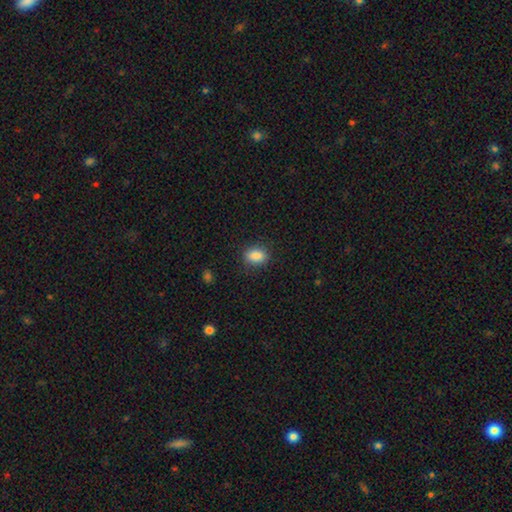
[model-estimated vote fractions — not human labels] Q: Smooth or featured?
A: smooth (87%); runner-up: star or artifact (9%)
Q: How rounded?
A: in between (75%); runner-up: round (24%)
Q: Merging?
A: none (85%); runner-up: minor disturbance (11%)